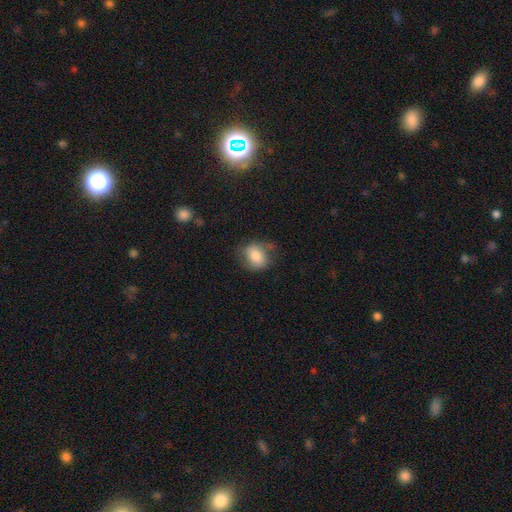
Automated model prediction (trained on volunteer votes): A smooth galaxy with no disk features (65%) that is in between round and cigar-shaped (50%).

Vote fractions:
- Smooth or featured? smooth: 65% / featured or disk: 27% / star or artifact: 8%
- How rounded? in between: 50% / round: 49% / cigar-shaped: 1%
- Merging? none: 60% / minor disturbance: 26% / major disturbance: 12% / merger: 2%